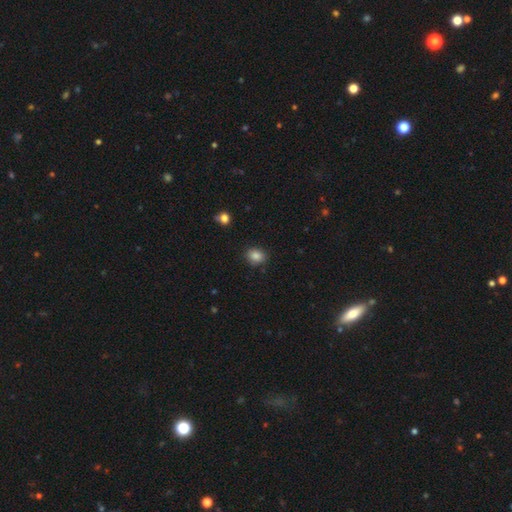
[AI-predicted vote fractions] smooth 85%, star or artifact 10%, featured or disk 4%. Down the decision tree: how rounded — in between (52%); merging — none (85%).